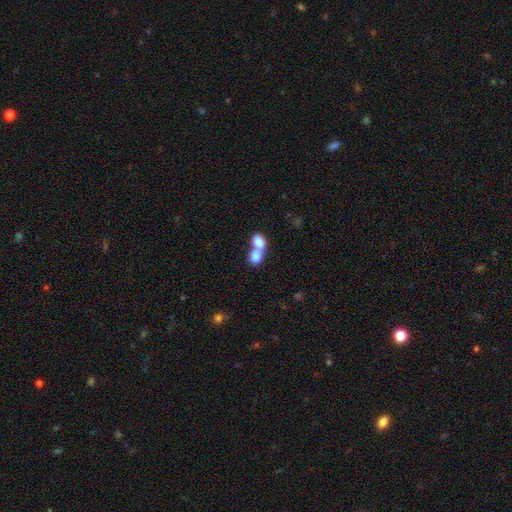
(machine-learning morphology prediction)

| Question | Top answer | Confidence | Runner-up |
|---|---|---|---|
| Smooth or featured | smooth | 79% | featured or disk (13%) |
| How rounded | in between | 66% | round (32%) |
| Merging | merger | 73% | none (19%) |